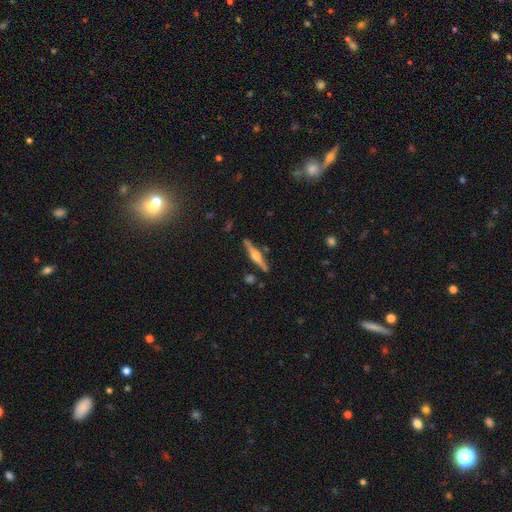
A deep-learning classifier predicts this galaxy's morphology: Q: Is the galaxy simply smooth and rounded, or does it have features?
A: featured or disk — 76%.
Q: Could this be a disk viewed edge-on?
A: yes — 98%.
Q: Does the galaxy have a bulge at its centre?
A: rounded — 90%.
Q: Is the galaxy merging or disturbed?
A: none — 87%.